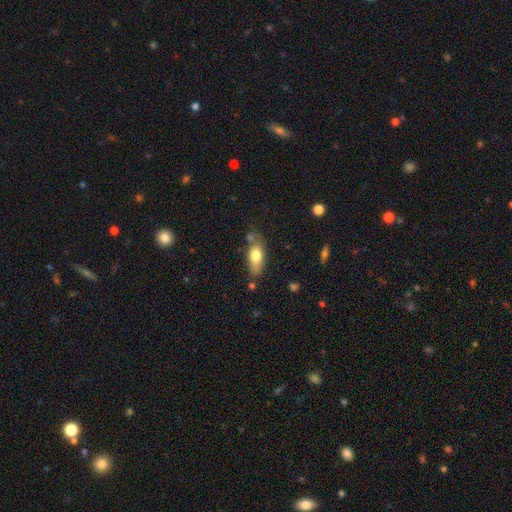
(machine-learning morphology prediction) Smooth or featured? smooth (72%)
How rounded? in between (78%)
Merging? none (65%)